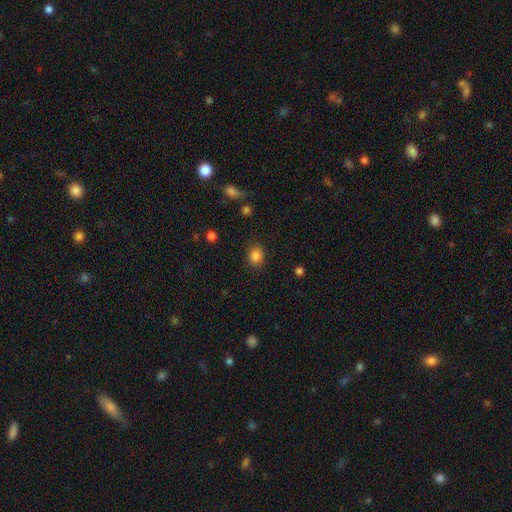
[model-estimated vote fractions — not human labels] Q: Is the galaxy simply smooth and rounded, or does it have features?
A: smooth — 84%.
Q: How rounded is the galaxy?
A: in between — 50%.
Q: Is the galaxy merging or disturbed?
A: none — 86%.